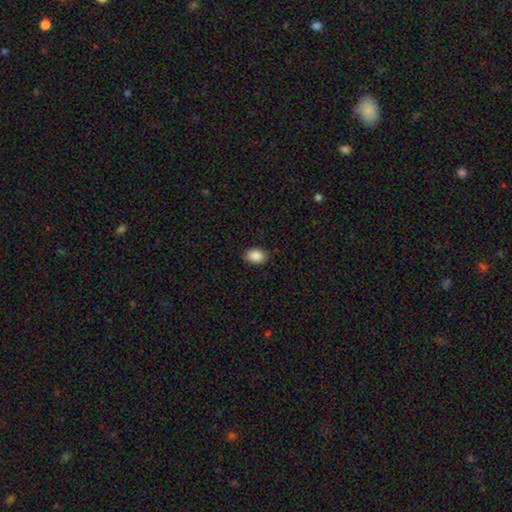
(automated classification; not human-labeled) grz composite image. It shows a smooth galaxy with no disk features (88%) that is in between round and cigar-shaped (78%). Merging: none (87%).